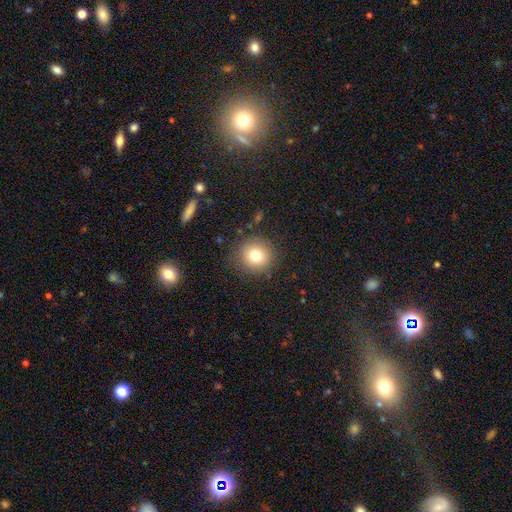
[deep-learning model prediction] A smooth galaxy with no disk features (77%) that is round (93%).

Vote fractions:
- Smooth or featured? smooth: 77% / star or artifact: 12% / featured or disk: 11%
- How rounded? round: 93% / in between: 6% / cigar-shaped: 1%
- Merging? none: 87% / minor disturbance: 8% / major disturbance: 3% / merger: 1%